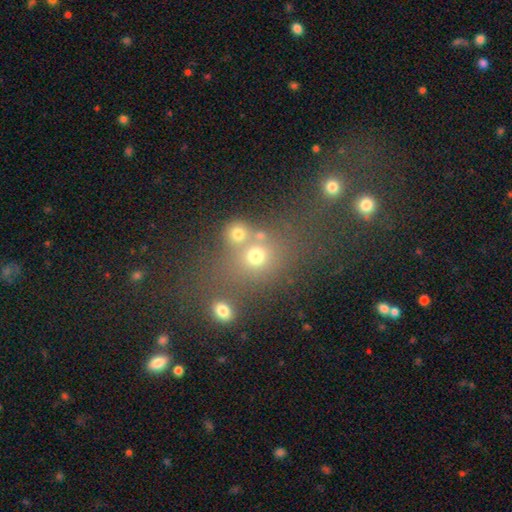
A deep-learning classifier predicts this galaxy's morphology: The model was most divided on "merging": none: 50%, merger: 33%, minor disturbance: 10%, major disturbance: 7%. More confident: how rounded — round (67%); smooth or featured — smooth (67%).